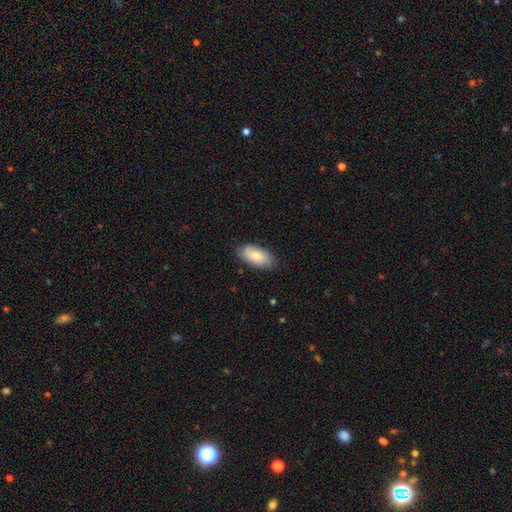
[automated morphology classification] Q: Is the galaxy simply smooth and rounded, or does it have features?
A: smooth — 73%.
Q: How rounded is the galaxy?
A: in between — 92%.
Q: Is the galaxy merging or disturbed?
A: none — 78%.